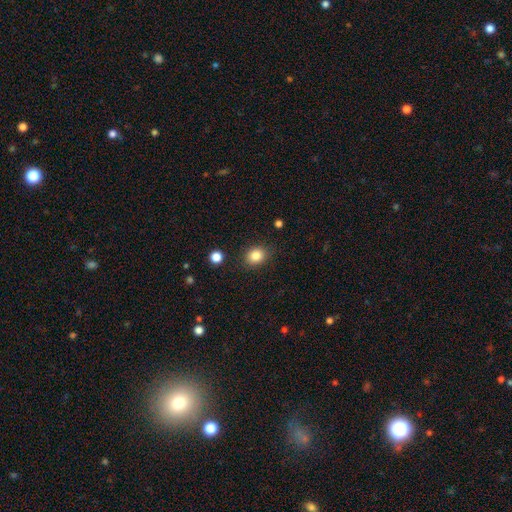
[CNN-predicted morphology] smooth-or-featured: smooth: 84% | star or artifact: 10% | featured or disk: 6%
  how-rounded: round: 64% | in between: 35% | cigar-shaped: 1%
  merging: none: 86% | minor disturbance: 9% | major disturbance: 3% | merger: 2%